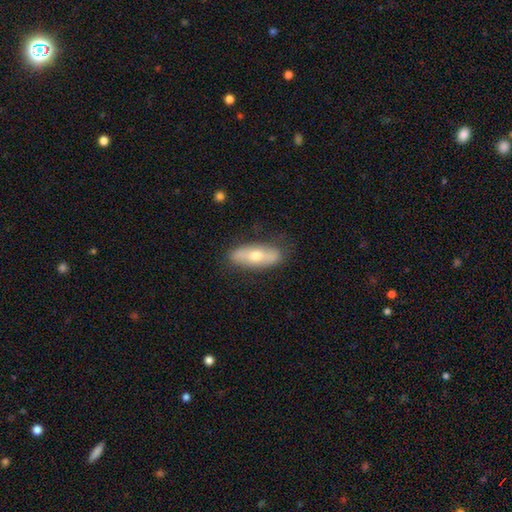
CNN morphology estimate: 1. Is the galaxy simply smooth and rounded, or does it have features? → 52% smooth, 43% featured or disk, 6% star or artifact.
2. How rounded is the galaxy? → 70% in between, 27% cigar-shaped, 3% round.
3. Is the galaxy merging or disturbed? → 81% none, 15% minor disturbance, 3% major disturbance, 1% merger.